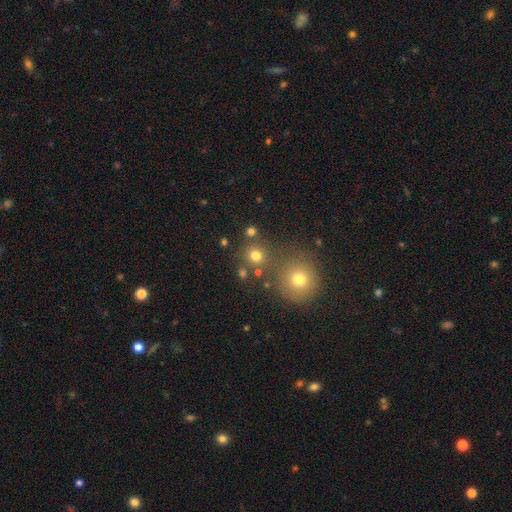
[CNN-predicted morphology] Overall: smooth (76%). How rounded: round (91%). Merging: none (73%).